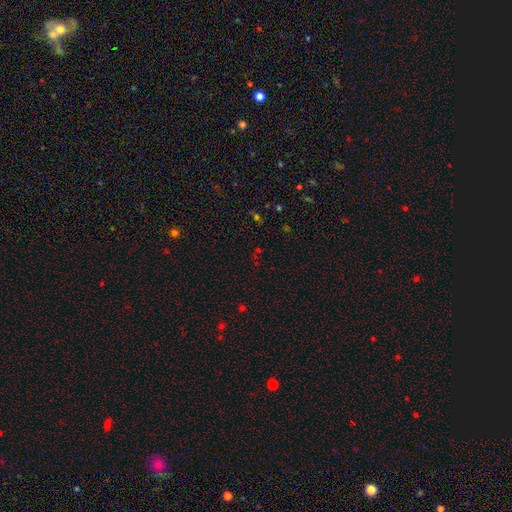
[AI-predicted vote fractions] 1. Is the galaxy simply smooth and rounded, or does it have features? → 66% star or artifact, 26% smooth, 9% featured or disk.